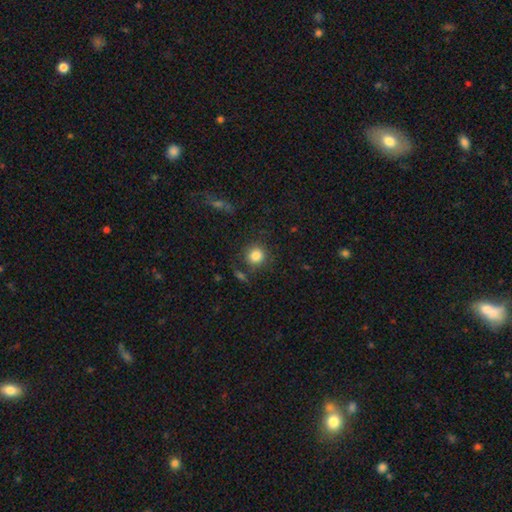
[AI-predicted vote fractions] smooth 84%, star or artifact 10%, featured or disk 6%. Down the decision tree: how rounded — round (88%); merging — none (79%).